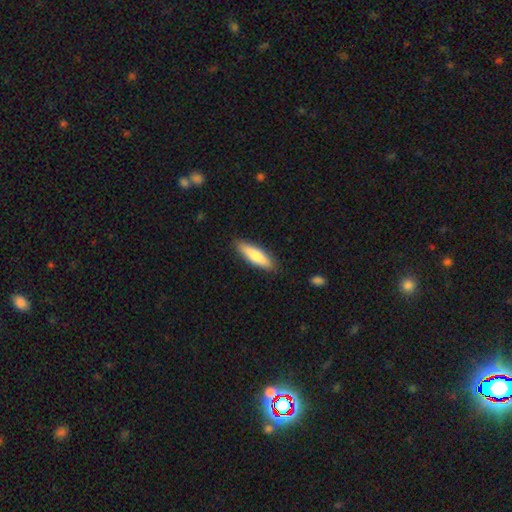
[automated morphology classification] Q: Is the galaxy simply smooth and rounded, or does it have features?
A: smooth — 79%.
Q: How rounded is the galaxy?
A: cigar-shaped — 62%.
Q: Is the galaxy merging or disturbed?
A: none — 87%.